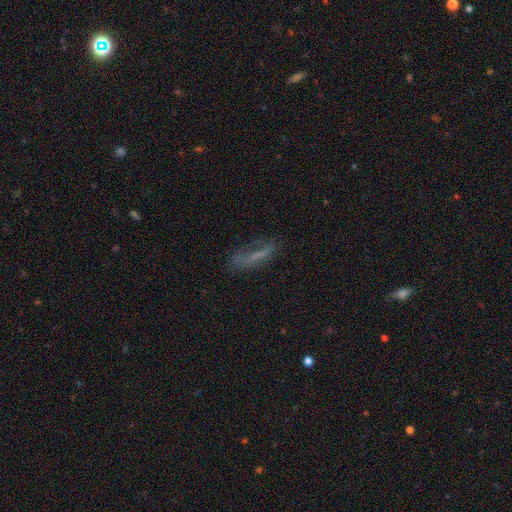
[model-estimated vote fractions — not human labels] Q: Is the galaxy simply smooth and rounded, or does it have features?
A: smooth — 52%.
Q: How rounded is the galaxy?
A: cigar-shaped — 67%.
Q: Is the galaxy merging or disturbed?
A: none — 53%.